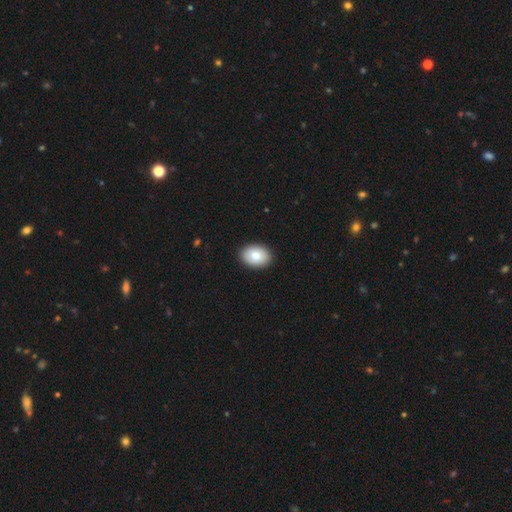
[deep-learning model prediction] smooth_or_featured: smooth (p=0.85) [alt: featured or disk p=0.08]
how_rounded: in between (p=0.77) [alt: round p=0.22]
merging: none (p=0.91) [alt: minor disturbance p=0.07]